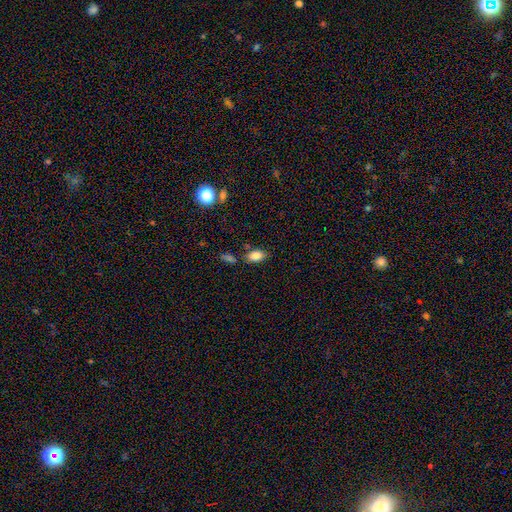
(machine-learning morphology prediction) Smooth or featured? Predicted: smooth (p=0.85). How rounded? Predicted: in between (p=0.89). Merging? Predicted: none (p=0.75).